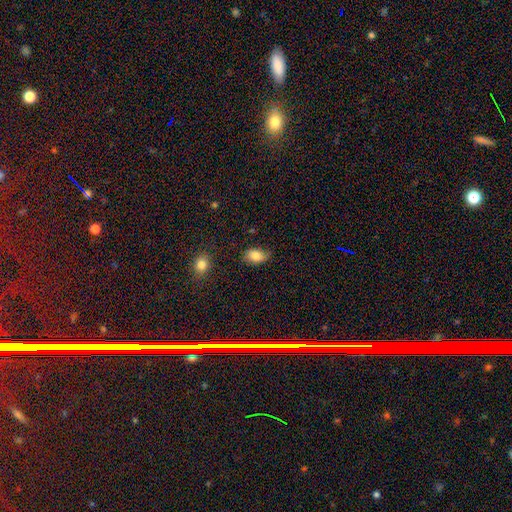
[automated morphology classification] A smooth galaxy with no disk features (84%) that is in between round and cigar-shaped (87%). Merging: none (77%).